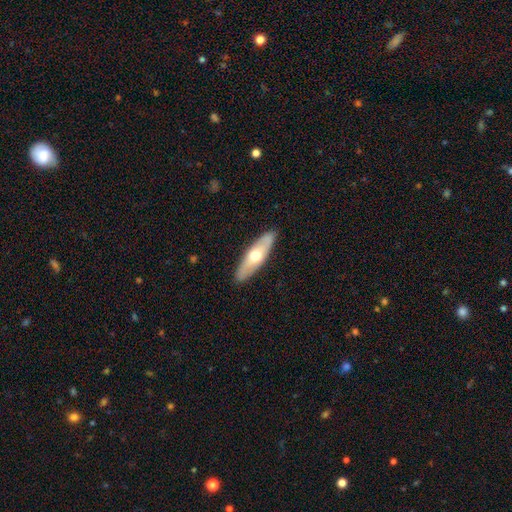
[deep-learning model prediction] smooth_or_featured: smooth (p=0.50) [alt: featured or disk p=0.45]
how_rounded: in between (p=0.49) [tied with: cigar-shaped p=0.49]
merging: none (p=0.89) [alt: minor disturbance p=0.08]